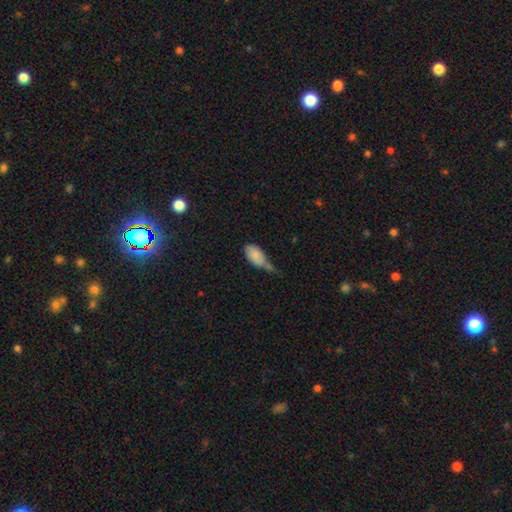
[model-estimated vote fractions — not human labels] Smooth or featured: smooth — 82% (featured or disk — 11%)
How rounded: in between — 93% (round — 4%)
Merging: minor disturbance — 35% (none — 25%)